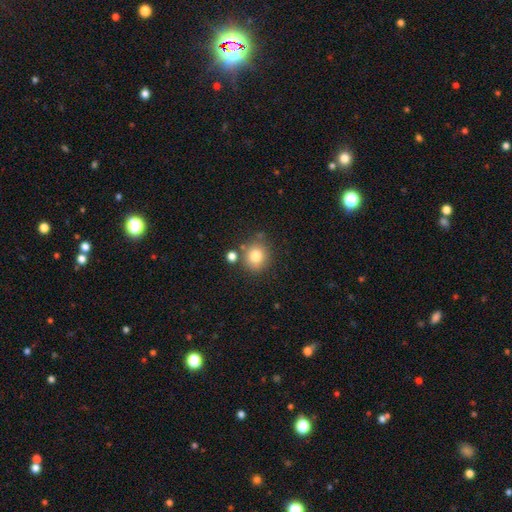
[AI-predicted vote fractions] Smooth or featured: smooth — 79% (star or artifact — 11%)
How rounded: round — 82% (in between — 17%)
Merging: none — 75% (minor disturbance — 11%)